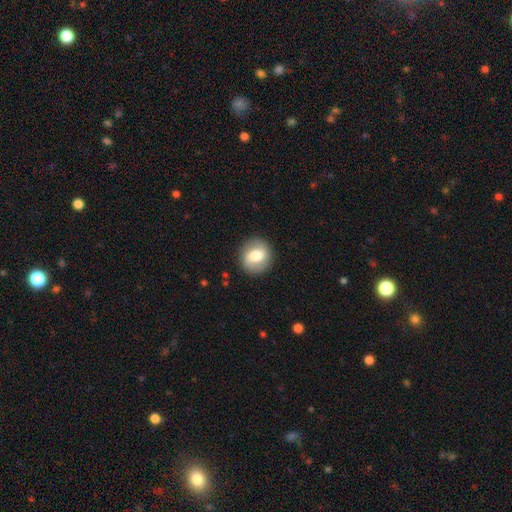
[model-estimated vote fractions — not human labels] smooth-or-featured: smooth: 48% | featured or disk: 44% | star or artifact: 7%
  merging: none: 88% | minor disturbance: 8% | major disturbance: 3% | merger: 1%